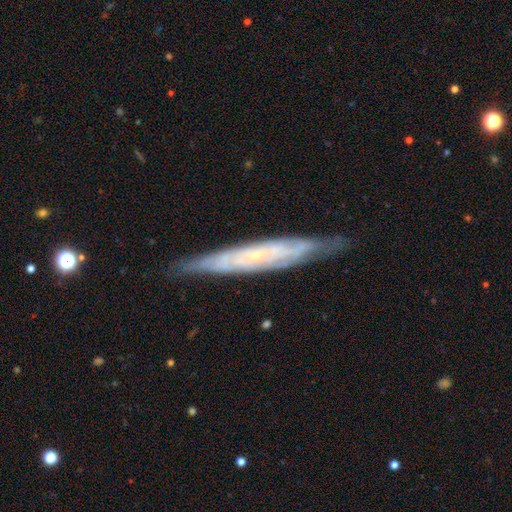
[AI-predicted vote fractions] smooth_or_featured: featured or disk (p=0.77) [alt: smooth p=0.17]
disk_edge_on: yes (p=0.53) [alt: no p=0.47]
merging: none (p=0.77) [alt: minor disturbance p=0.18]